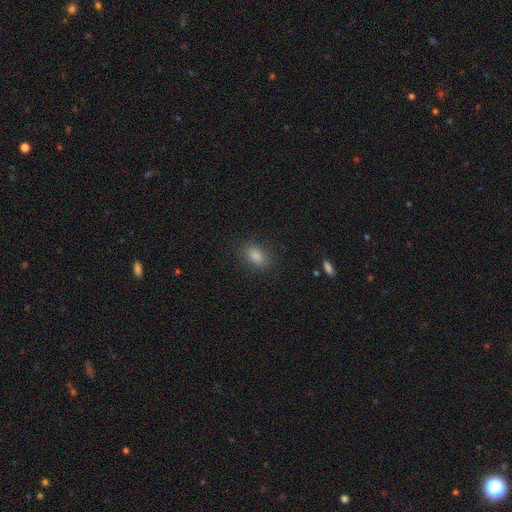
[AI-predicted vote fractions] This is clearly a smooth galaxy (83%). How rounded: clearly in between (83%). Merging: clearly none (87%).